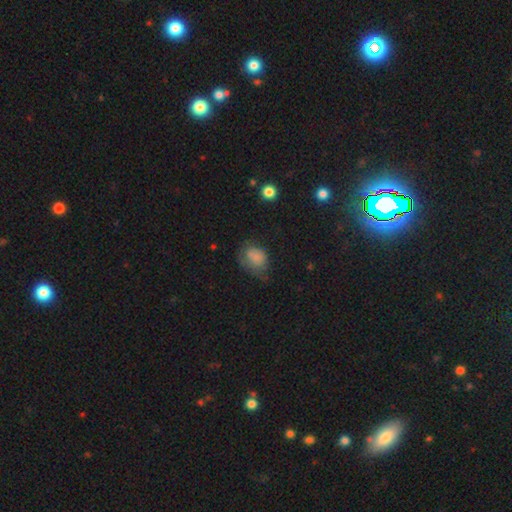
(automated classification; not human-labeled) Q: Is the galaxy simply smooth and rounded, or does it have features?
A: smooth — 70%.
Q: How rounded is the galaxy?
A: in between — 66%.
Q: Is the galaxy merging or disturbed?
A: none — 43%.